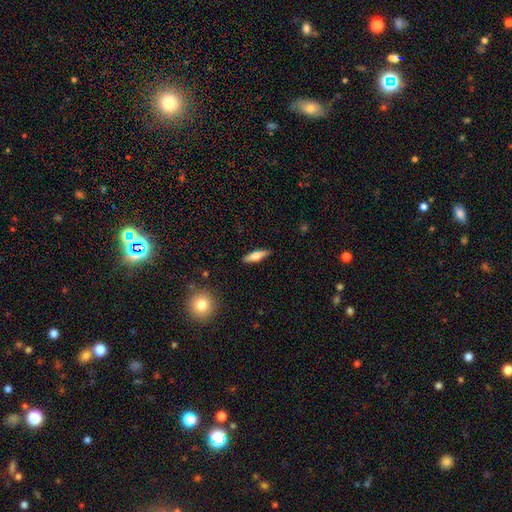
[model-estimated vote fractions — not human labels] Overall: smooth (54%; featured or disk 39%). How rounded: cigar-shaped (69%). Merging: none (88%).